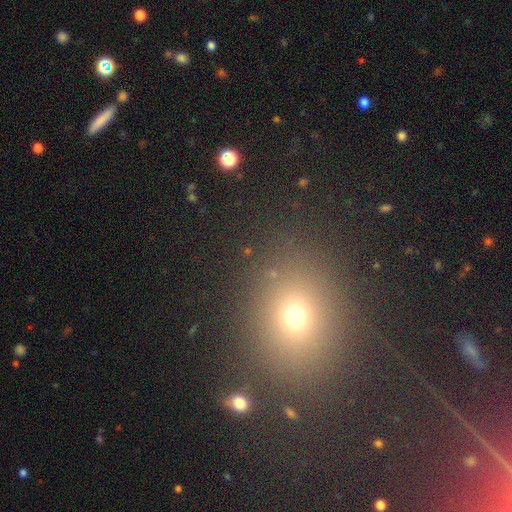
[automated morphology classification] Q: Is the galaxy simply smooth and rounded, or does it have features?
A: smooth — 51%.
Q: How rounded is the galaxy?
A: round — 56%.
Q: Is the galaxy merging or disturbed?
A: none — 86%.